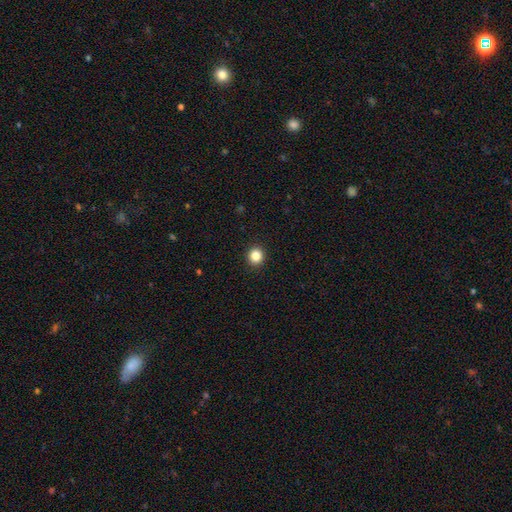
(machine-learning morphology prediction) The model was most divided on "smooth or featured": smooth: 85%, star or artifact: 11%, featured or disk: 4%. More confident: merging — none (93%); how rounded — round (91%).